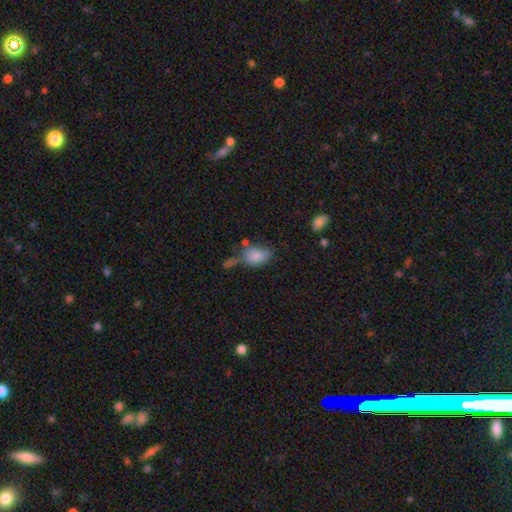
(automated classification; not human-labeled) Smooth or featured? Predicted: smooth (p=0.83). How rounded? Predicted: in between (p=0.84). Merging? Predicted: none (p=0.44).